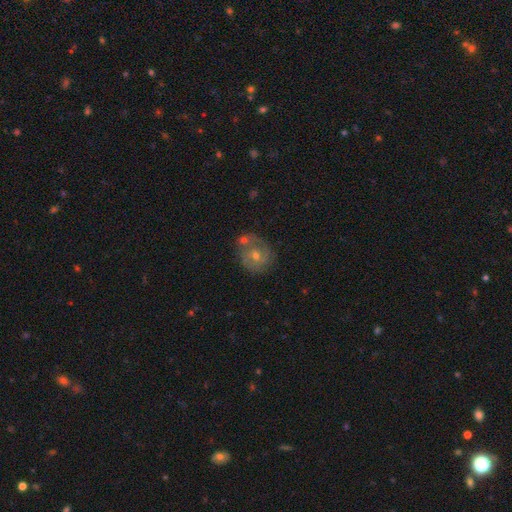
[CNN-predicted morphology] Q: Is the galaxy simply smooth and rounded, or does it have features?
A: featured or disk — 63%.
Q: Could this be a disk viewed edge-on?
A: no — 97%.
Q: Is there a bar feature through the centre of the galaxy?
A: no — 75%.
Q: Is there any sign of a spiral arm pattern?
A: yes — 79%.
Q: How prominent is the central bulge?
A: moderate — 50%.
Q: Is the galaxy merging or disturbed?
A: none — 60%.